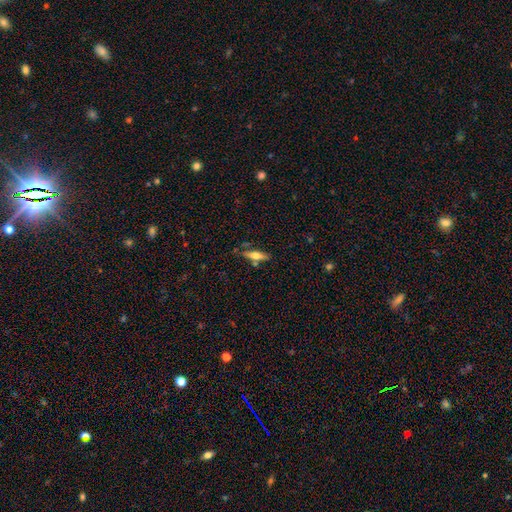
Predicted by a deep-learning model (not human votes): Morphology: type=featured or disk (48%); merging=none (74%).